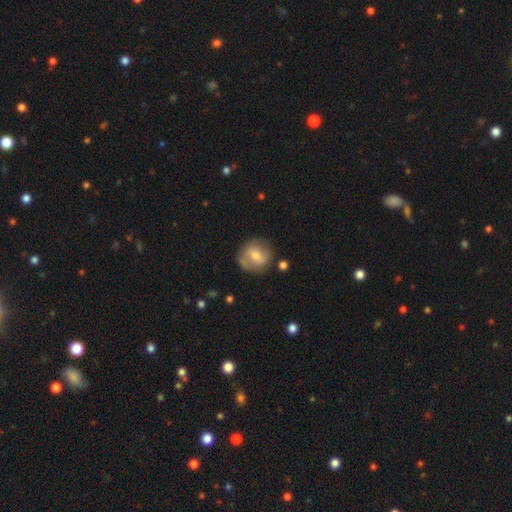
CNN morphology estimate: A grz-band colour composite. It shows a smooth galaxy with no disk features (59%) that is round (83%). Merging: none (71%).